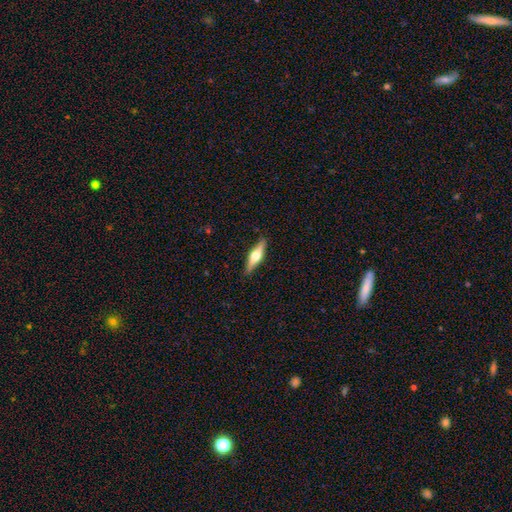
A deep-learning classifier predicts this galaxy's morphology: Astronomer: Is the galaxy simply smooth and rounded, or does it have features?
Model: featured or disk — 60% (runner-up: smooth, 35%).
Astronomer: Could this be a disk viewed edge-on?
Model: yes — 95%.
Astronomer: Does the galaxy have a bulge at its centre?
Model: rounded — 93%.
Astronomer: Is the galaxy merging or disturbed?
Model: none — 87%.